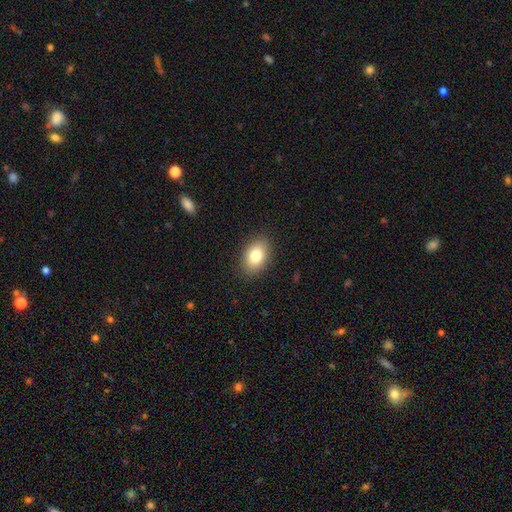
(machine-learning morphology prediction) A smooth galaxy with no disk features (81%) that is in between round and cigar-shaped (86%).

Vote fractions:
- Smooth or featured? smooth: 81% / featured or disk: 11% / star or artifact: 8%
- How rounded? in between: 86% / round: 12% / cigar-shaped: 1%
- Merging? none: 88% / minor disturbance: 9% / major disturbance: 2% / merger: 1%